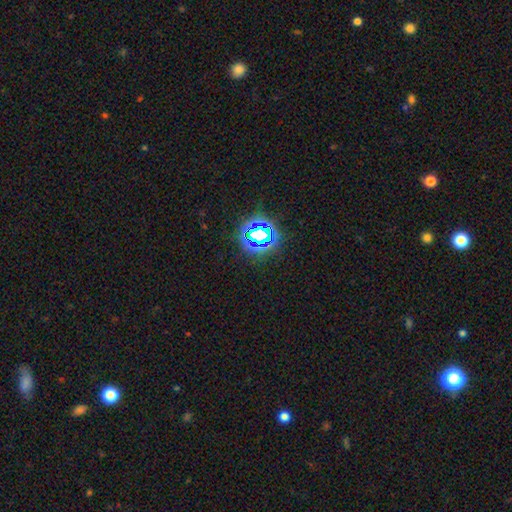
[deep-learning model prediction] This appears to be a star or artifact, not a galaxy (77%).